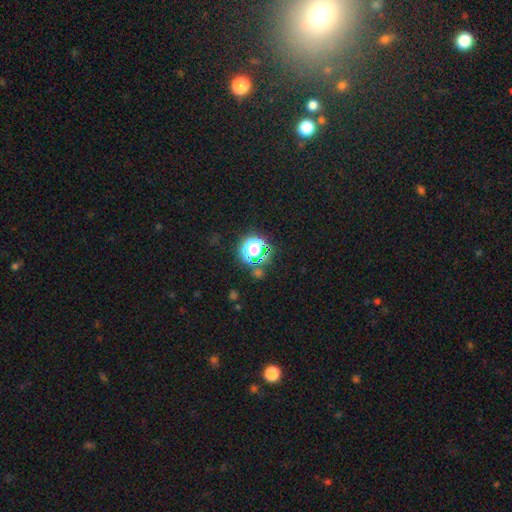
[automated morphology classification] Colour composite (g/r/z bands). It shows a star or artifact, not a galaxy (62%).